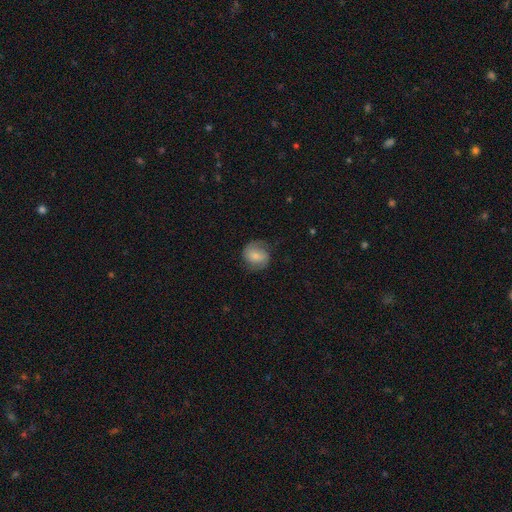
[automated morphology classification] This is possibly a smooth galaxy (47%). Merging: likely none (71%).